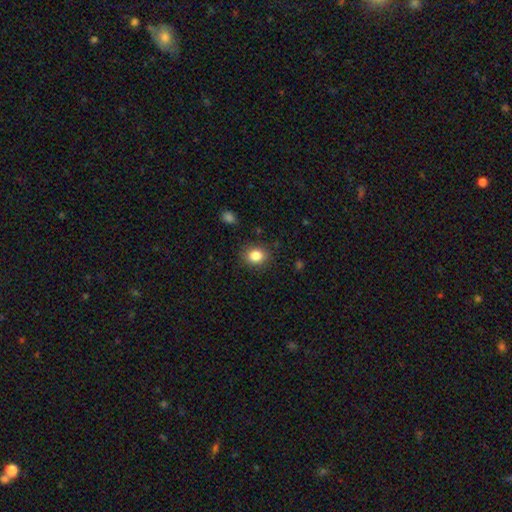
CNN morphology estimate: Overall: smooth (85%). How rounded: round (57%; in between 43%). Merging: none (86%).